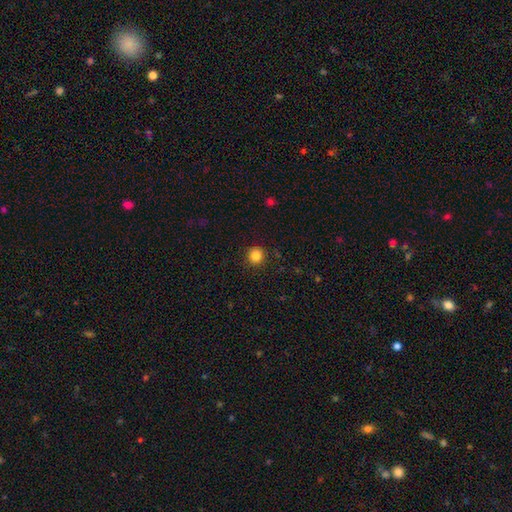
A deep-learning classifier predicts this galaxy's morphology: Q: Smooth or featured?
A: smooth (85%); runner-up: star or artifact (11%)
Q: How rounded?
A: round (92%); runner-up: in between (7%)
Q: Merging?
A: none (91%); runner-up: minor disturbance (6%)